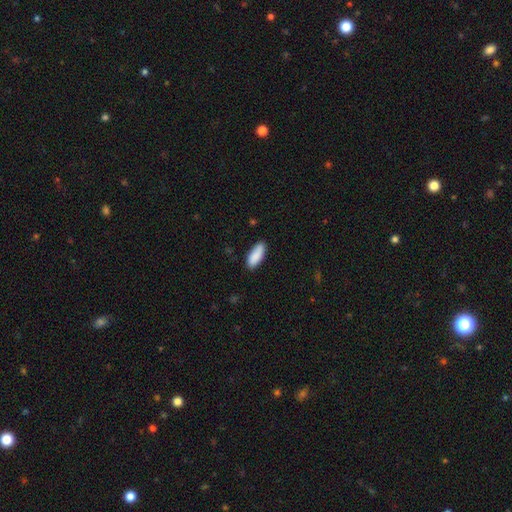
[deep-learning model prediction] Morphology: type=smooth (89%); roundness=in between (78%); merging=none (85%).